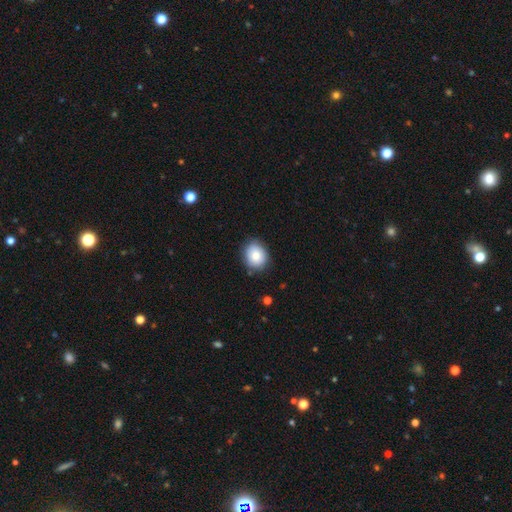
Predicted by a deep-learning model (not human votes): The model was most divided on "how rounded": round: 63%, in between: 37%, cigar-shaped: 1%. More confident: merging — none (82%); smooth or featured — smooth (81%).